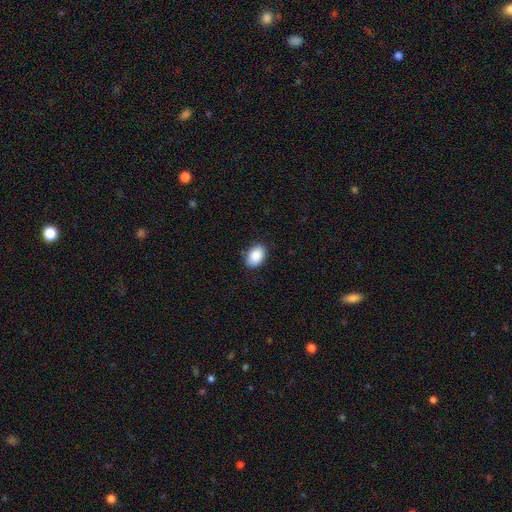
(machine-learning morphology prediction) A smooth galaxy with no disk features (89%) that is in between round and cigar-shaped (86%).

Vote fractions:
- Smooth or featured? smooth: 89% / star or artifact: 7% / featured or disk: 4%
- How rounded? in between: 86% / round: 13% / cigar-shaped: 1%
- Merging? none: 84% / minor disturbance: 12% / major disturbance: 2% / merger: 1%